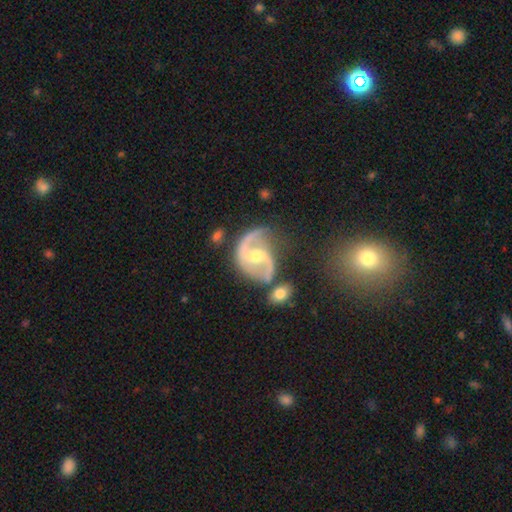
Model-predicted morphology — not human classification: Smooth or featured?
  - featured or disk: 89% *
  - smooth: 6%
  - star or artifact: 5%
Edge-on disk?
  - no: 98% *
  - yes: 2%
Bar?
  - weak: 46% *
  - no: 32%
  - strong: 22%
Spiral arms?
  - yes: 96% *
  - no: 4%
Spiral winding?
  - medium: 54% *
  - loose: 27%
  - tight: 19%
Spiral arm count?
  - 2: 85% *
  - 1: 8%
  - can't tell: 3%
  - 3: 2%
  - 4: 1%
  - more than 4: 1%
Bulge size?
  - moderate: 71% *
  - small: 23%
  - large: 4%
  - none: 1%
  - dominant: 1%
Merging?
  - none: 55% *
  - minor disturbance: 22%
  - major disturbance: 12%
  - merger: 11%